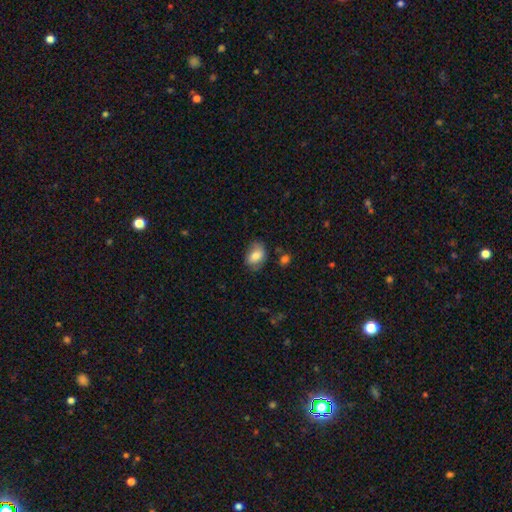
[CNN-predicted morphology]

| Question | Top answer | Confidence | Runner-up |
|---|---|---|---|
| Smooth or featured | smooth | 77% | featured or disk (16%) |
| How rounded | in between | 75% | round (23%) |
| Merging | none | 69% | minor disturbance (22%) |